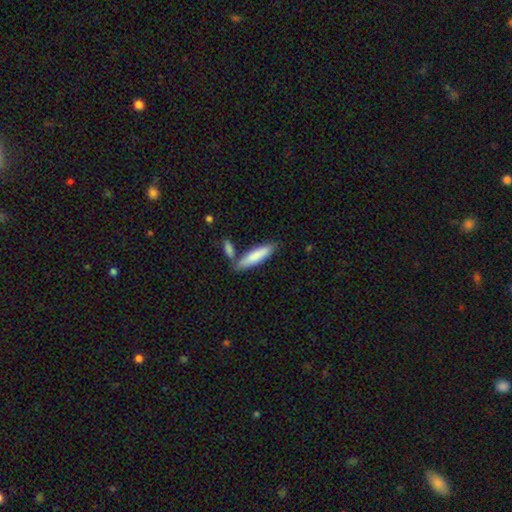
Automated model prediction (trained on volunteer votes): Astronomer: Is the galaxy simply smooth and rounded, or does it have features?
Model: smooth — 82%.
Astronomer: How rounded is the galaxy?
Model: cigar-shaped — 69%.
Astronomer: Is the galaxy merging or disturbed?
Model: none — 67%.